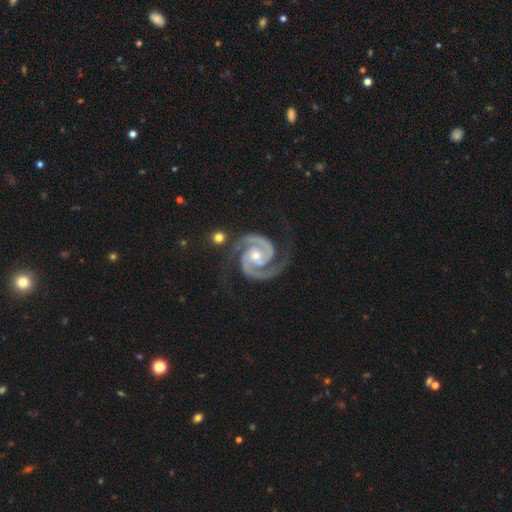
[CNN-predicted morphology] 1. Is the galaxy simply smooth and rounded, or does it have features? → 94% featured or disk, 4% star or artifact, 2% smooth.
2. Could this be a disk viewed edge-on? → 98% no, 2% yes.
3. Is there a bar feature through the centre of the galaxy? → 67% no, 22% weak, 11% strong.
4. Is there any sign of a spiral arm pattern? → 99% yes, 1% no.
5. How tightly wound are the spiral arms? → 49% tight, 46% medium, 5% loose.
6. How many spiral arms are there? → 94% 2, 2% 3, 1% can't tell, 1% 1, 1% 4, 1% more than 4.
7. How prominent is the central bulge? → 50% small, 47% moderate, 2% large, 1% none, 1% dominant.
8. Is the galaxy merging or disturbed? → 78% none, 14% minor disturbance, 5% major disturbance, 3% merger.